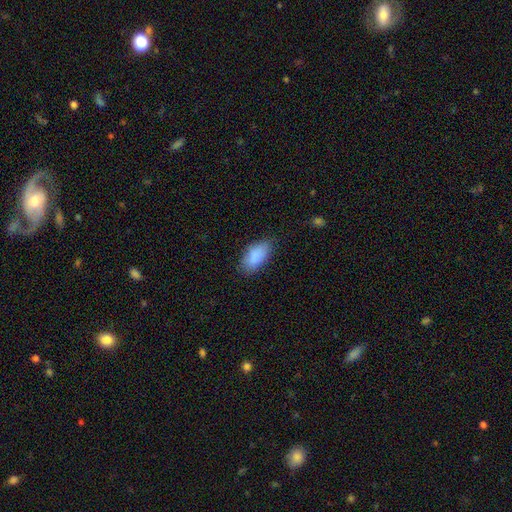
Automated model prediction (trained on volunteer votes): Smooth or featured?
  - smooth: 88% *
  - star or artifact: 7%
  - featured or disk: 5%
How rounded?
  - in between: 93% *
  - cigar-shaped: 4%
  - round: 3%
Merging?
  - none: 78% *
  - minor disturbance: 16%
  - major disturbance: 4%
  - merger: 1%